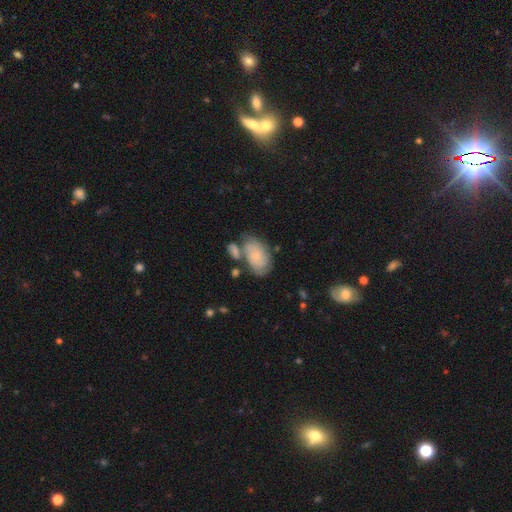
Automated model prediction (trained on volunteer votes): Q: Smooth or featured?
A: smooth (64%); runner-up: featured or disk (29%)
Q: How rounded?
A: in between (91%); runner-up: round (8%)
Q: Merging?
A: none (49%); runner-up: merger (23%)